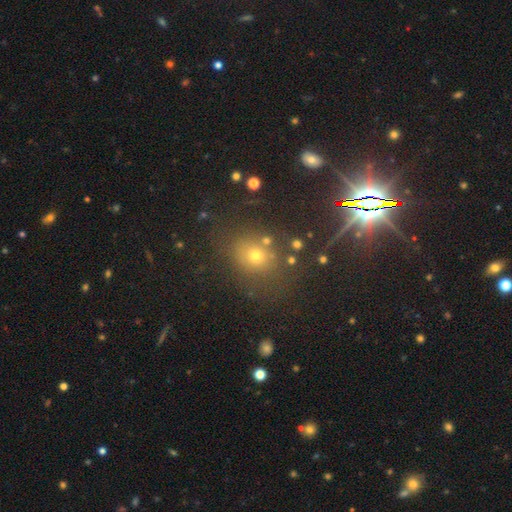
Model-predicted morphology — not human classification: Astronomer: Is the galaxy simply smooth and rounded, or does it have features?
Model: smooth — 63%.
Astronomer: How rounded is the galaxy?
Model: round — 65%.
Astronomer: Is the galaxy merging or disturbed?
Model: none — 74%.